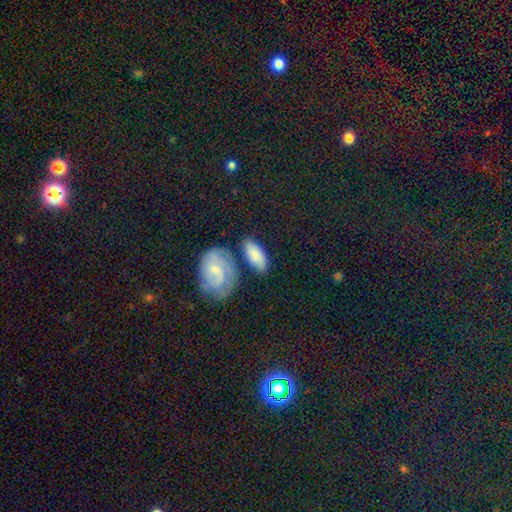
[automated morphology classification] type=smooth (71%); roundness=in between (89%); merging=none (65%).